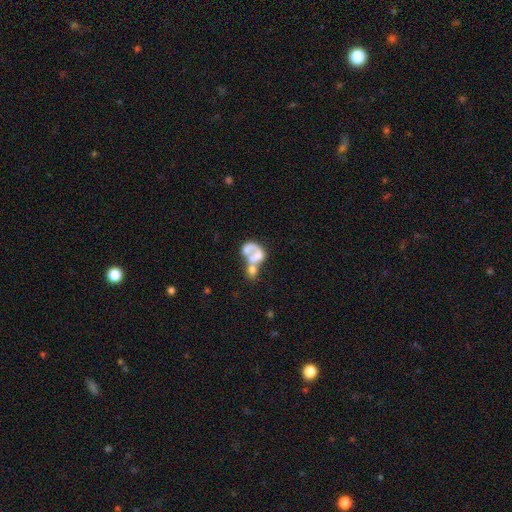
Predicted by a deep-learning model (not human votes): A featured or disk galaxy (47%). Merging: merger (62%).